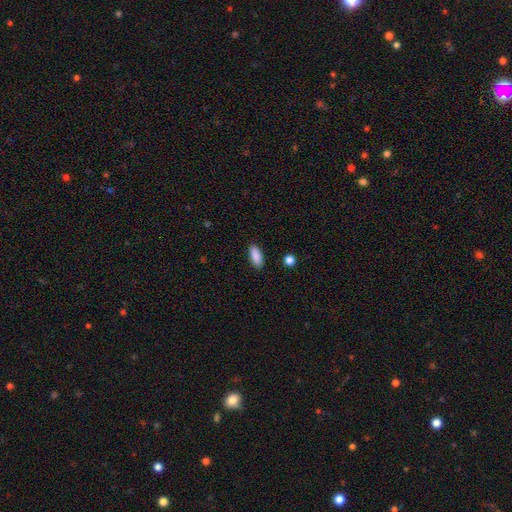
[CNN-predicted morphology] Smooth or featured? Predicted: smooth (p=0.89). How rounded? Predicted: in between (p=0.81). Merging? Predicted: none (p=0.88).